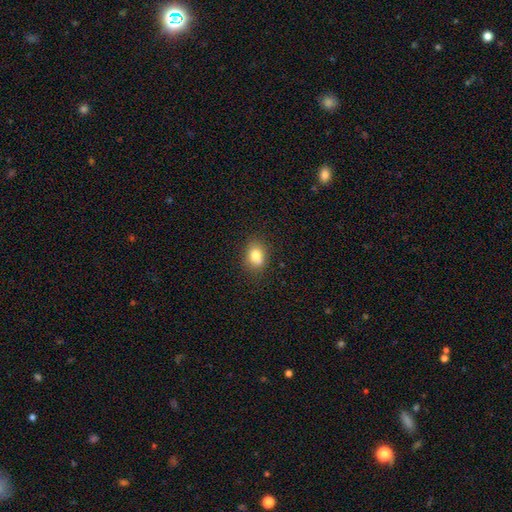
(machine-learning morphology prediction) smooth-or-featured: smooth: 81% | star or artifact: 10% | featured or disk: 9%
  how-rounded: in between: 62% | round: 37% | cigar-shaped: 1%
  merging: none: 79% | minor disturbance: 15% | major disturbance: 4% | merger: 3%